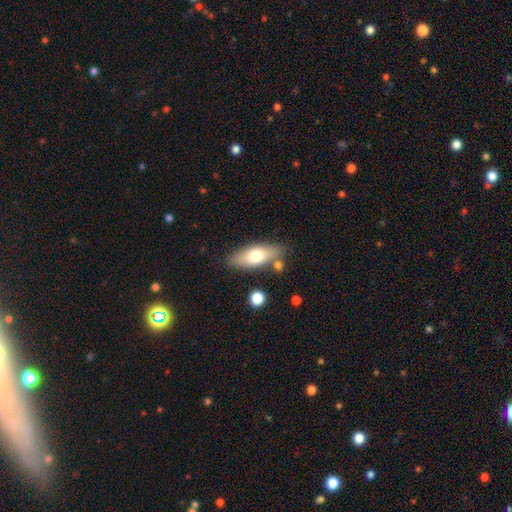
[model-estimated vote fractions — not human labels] Smooth or featured?
  - smooth: 67% *
  - featured or disk: 27%
  - star or artifact: 6%
How rounded?
  - in between: 74% *
  - cigar-shaped: 23%
  - round: 3%
Merging?
  - none: 78% *
  - minor disturbance: 13%
  - merger: 6%
  - major disturbance: 3%